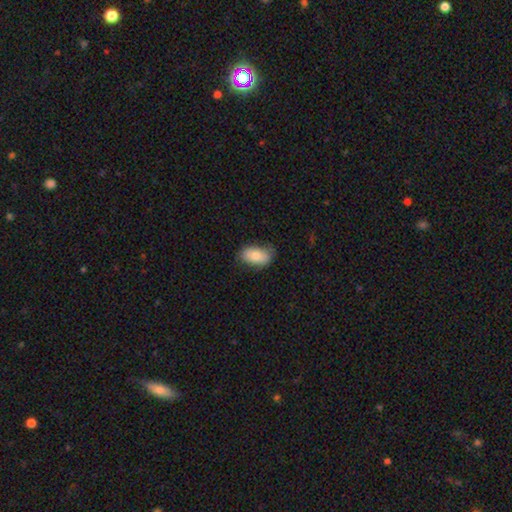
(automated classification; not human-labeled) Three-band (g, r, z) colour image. It shows a smooth galaxy with no disk features (78%) that is in between round and cigar-shaped (92%). Merging: none (73%).